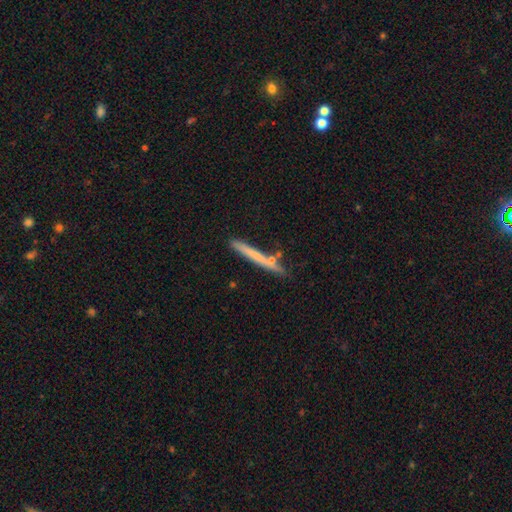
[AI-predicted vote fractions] This is possibly a smooth galaxy (59%). How rounded: clearly cigar-shaped (96%). Merging: likely none (77%).